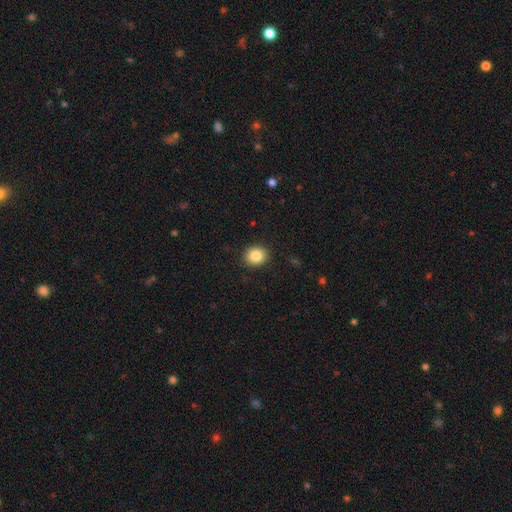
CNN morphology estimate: smooth 85%, star or artifact 9%, featured or disk 6%. Down the decision tree: how rounded — round (69%); merging — none (91%).